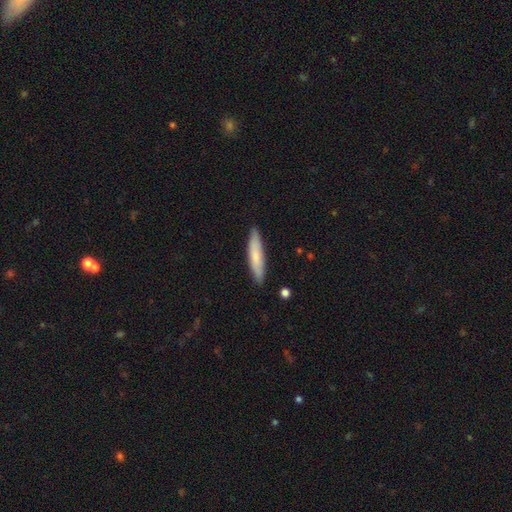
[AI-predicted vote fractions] Smooth or featured: smooth — 73% (featured or disk — 21%)
How rounded: cigar-shaped — 83% (in between — 15%)
Merging: none — 87% (minor disturbance — 10%)